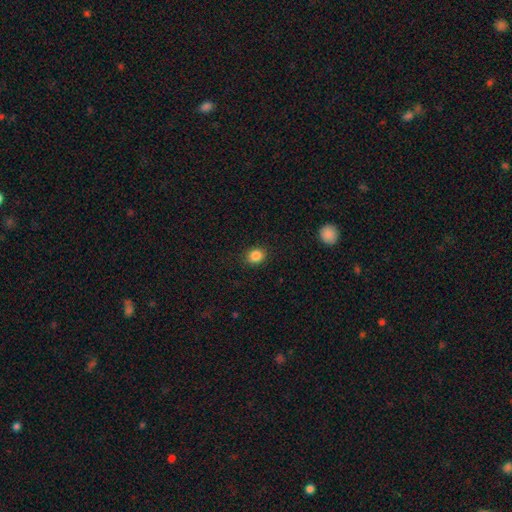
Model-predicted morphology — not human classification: This appears to be a smooth galaxy with no disk features (86%) that is round (64%). Merging: none (89%).